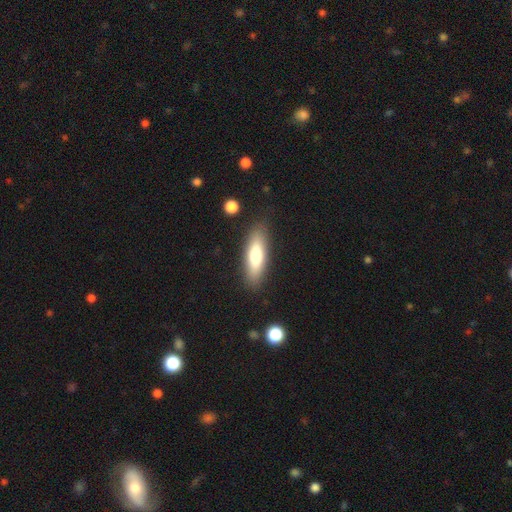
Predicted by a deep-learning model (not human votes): Smooth or featured? smooth (72%)
How rounded? cigar-shaped (51%)
Merging? none (85%)